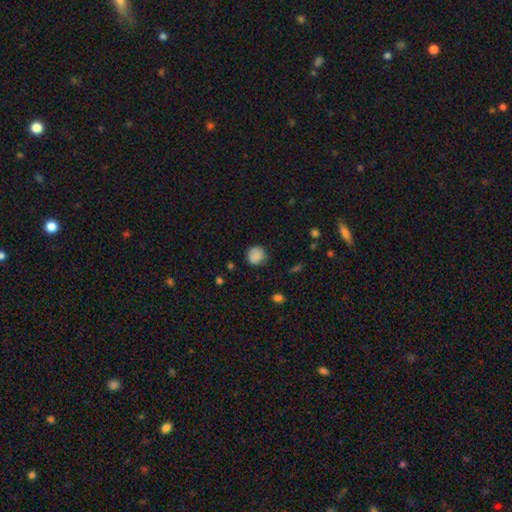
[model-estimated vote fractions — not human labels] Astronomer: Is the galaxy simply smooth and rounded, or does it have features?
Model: smooth — 86%.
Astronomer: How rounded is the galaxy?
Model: round — 87%.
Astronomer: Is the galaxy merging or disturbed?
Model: none — 78%.